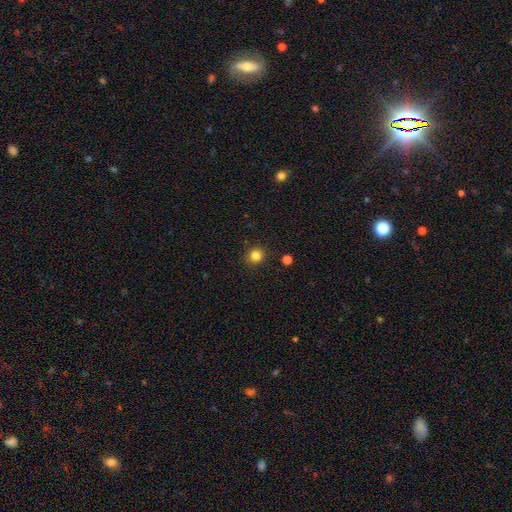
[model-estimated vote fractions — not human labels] This appears to be a smooth galaxy with no disk features (83%) that is round (89%). Merging: none (91%).